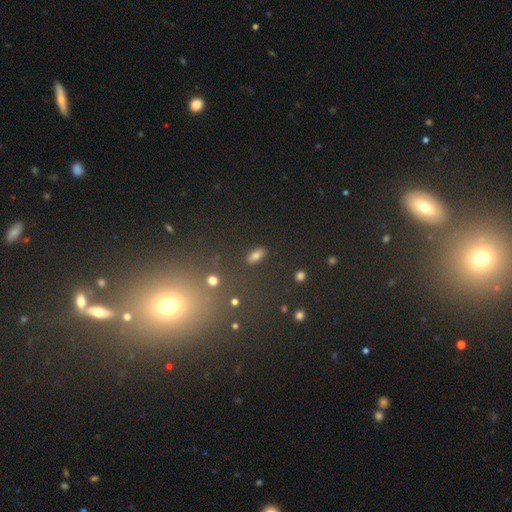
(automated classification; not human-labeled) smooth 73%, star or artifact 18%, featured or disk 9%. Down the decision tree: how rounded — in between (84%); merging — none (85%).